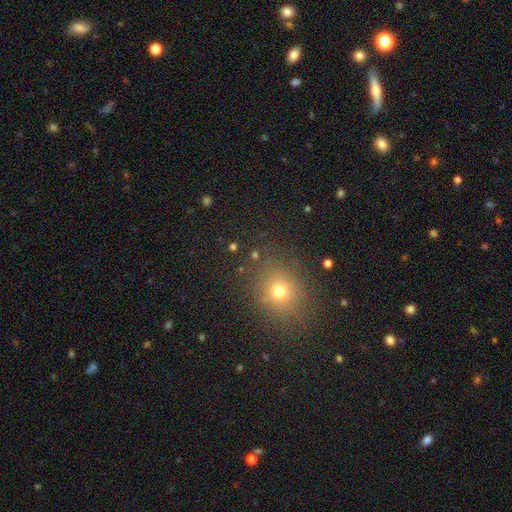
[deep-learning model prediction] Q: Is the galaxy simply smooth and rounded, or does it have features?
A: smooth — 63%.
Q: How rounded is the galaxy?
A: round — 73%.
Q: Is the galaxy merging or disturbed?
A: none — 86%.